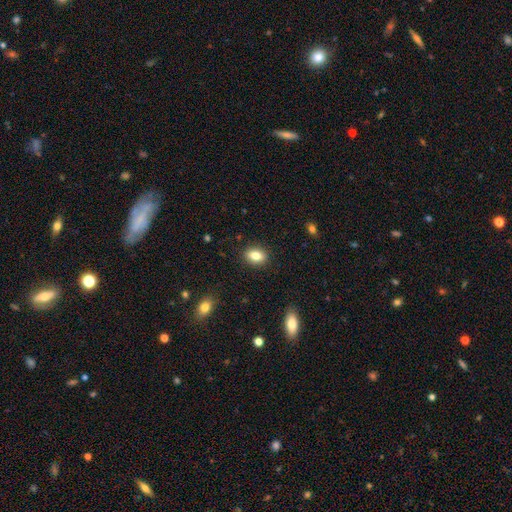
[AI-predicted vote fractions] A smooth galaxy with no disk features (81%) that is in between round and cigar-shaped (78%). Merging: none (88%).